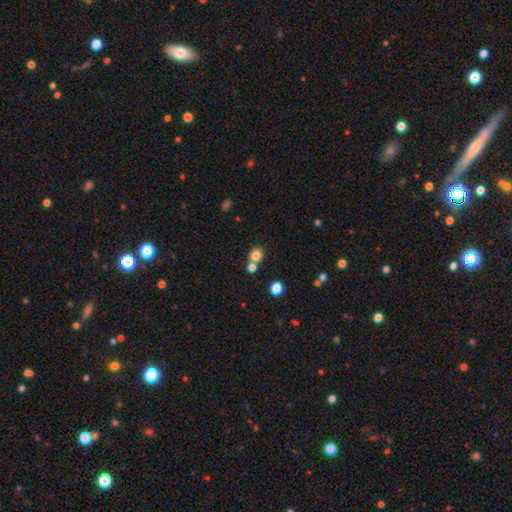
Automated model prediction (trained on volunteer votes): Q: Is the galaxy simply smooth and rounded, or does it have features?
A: smooth — 81%.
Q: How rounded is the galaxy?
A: round — 77%.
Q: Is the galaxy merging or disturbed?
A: none — 56%.